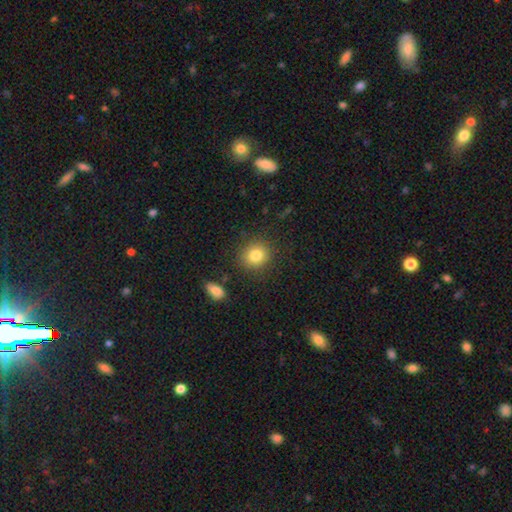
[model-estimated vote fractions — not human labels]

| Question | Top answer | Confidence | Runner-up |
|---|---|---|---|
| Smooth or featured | smooth | 83% | star or artifact (10%) |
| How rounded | round | 81% | in between (18%) |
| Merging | none | 86% | minor disturbance (9%) |